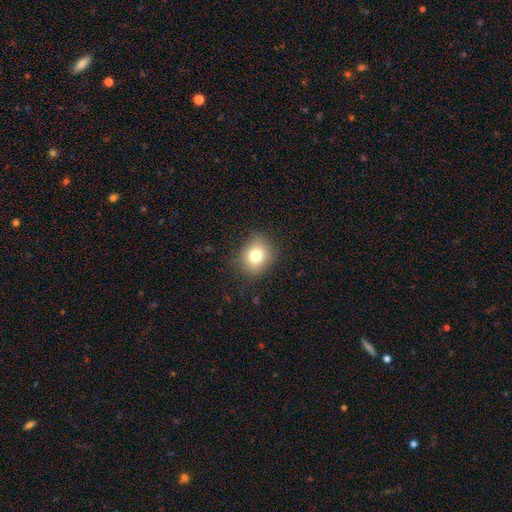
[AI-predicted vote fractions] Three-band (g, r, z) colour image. It shows a smooth galaxy with no disk features (78%) that is round (64%). Merging: none (84%).